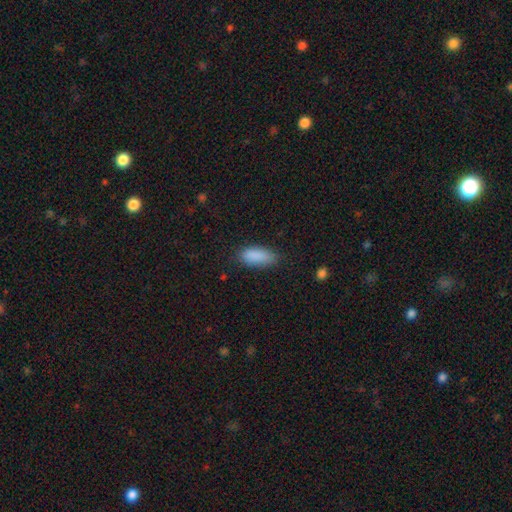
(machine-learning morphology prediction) A smooth galaxy with no disk features (88%) that is in between round and cigar-shaped (80%). Merging: none (76%).